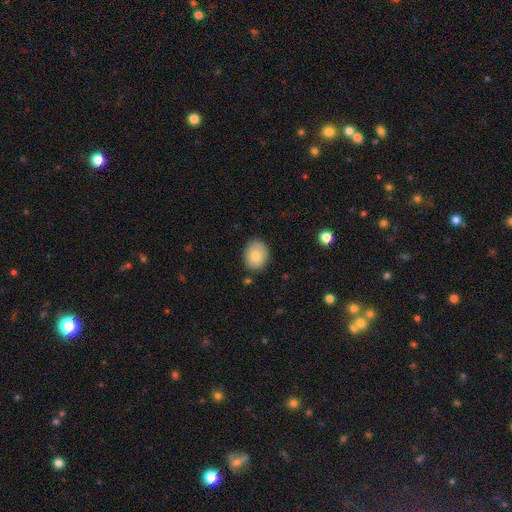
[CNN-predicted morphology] Smooth or featured: smooth — 81% (featured or disk — 12%)
How rounded: in between — 53% (round — 46%)
Merging: none — 83% (minor disturbance — 12%)